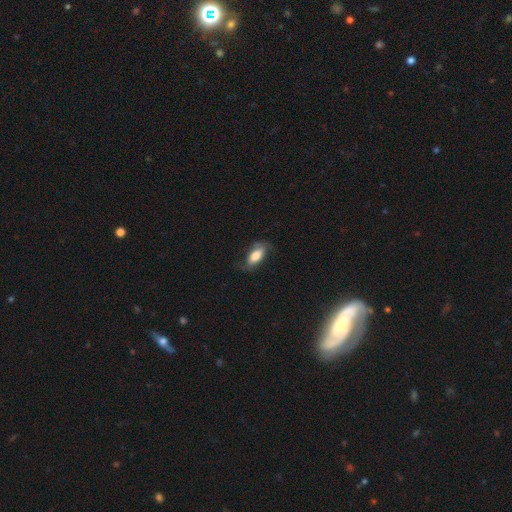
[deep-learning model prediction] This appears to be a smooth galaxy with no disk features (69%) that is in between round and cigar-shaped (81%). Merging: none (61%).